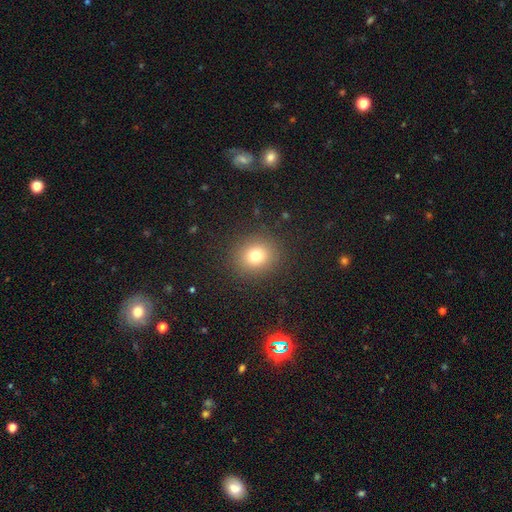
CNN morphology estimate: smooth-or-featured: smooth: 76% | star or artifact: 14% | featured or disk: 9%
  how-rounded: round: 84% | in between: 15% | cigar-shaped: 1%
  merging: none: 89% | minor disturbance: 7% | major disturbance: 3% | merger: 1%